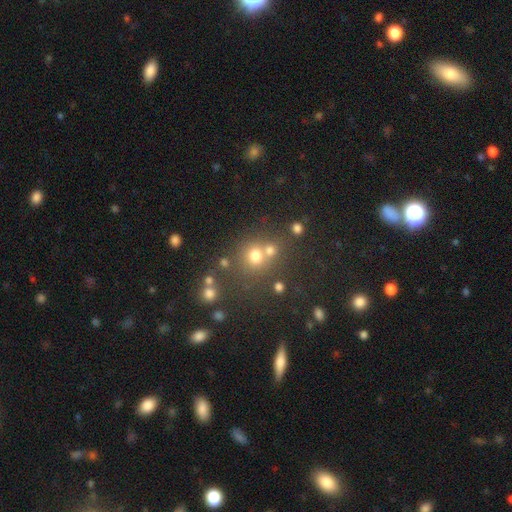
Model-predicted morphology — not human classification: A smooth galaxy with no disk features (70%) that is round (83%).

Vote fractions:
- Smooth or featured? smooth: 70% / star or artifact: 19% / featured or disk: 10%
- How rounded? round: 83% / in between: 16% / cigar-shaped: 1%
- Merging? none: 55% / merger: 31% / minor disturbance: 9% / major disturbance: 5%